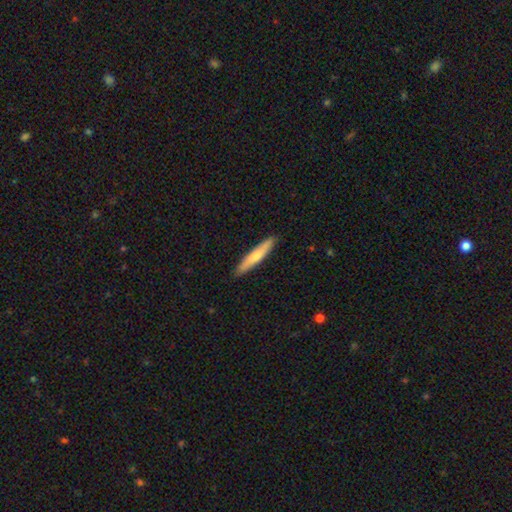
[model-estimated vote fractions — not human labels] smooth_or_featured: smooth (p=0.69) [alt: featured or disk p=0.25]
how_rounded: cigar-shaped (p=0.91) [alt: in between p=0.07]
merging: none (p=0.89) [alt: minor disturbance p=0.08]